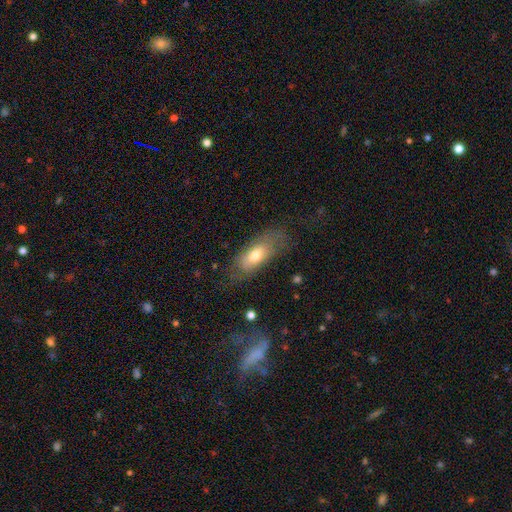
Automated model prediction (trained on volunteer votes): Overall: smooth (64%; featured or disk 28%). How rounded: in between (77%). Merging: none (64%).